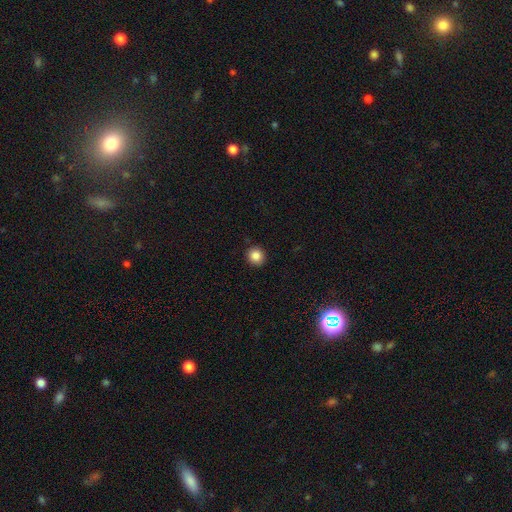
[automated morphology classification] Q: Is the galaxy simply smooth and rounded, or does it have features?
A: smooth — 85%.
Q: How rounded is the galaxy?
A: round — 90%.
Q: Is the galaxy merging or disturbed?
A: none — 92%.